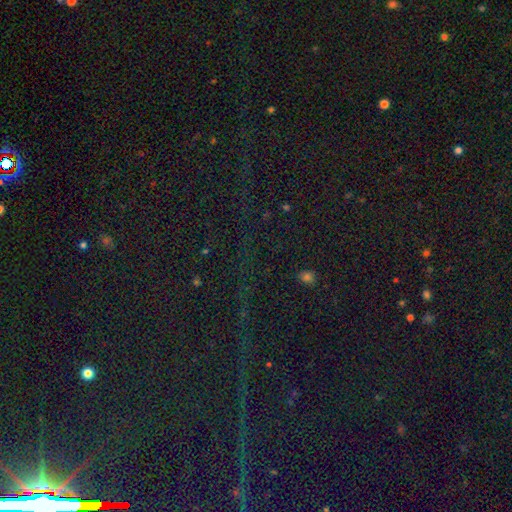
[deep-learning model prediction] A star or artifact, not a galaxy (83%).

Vote fractions:
- Smooth or featured? star or artifact: 83% / smooth: 10% / featured or disk: 7%